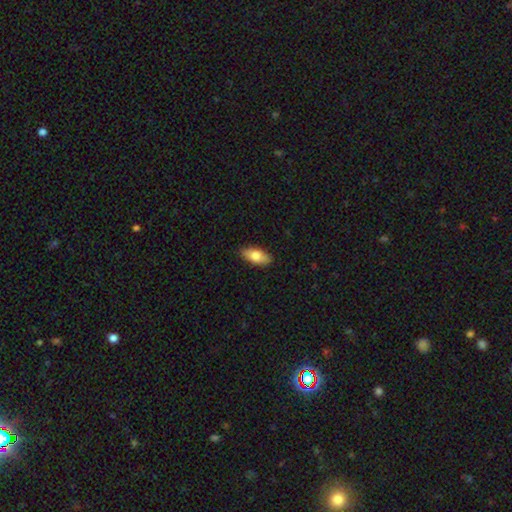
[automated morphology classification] This appears to be a smooth galaxy with no disk features (78%) that is in between round and cigar-shaped (88%). Merging: none (88%).